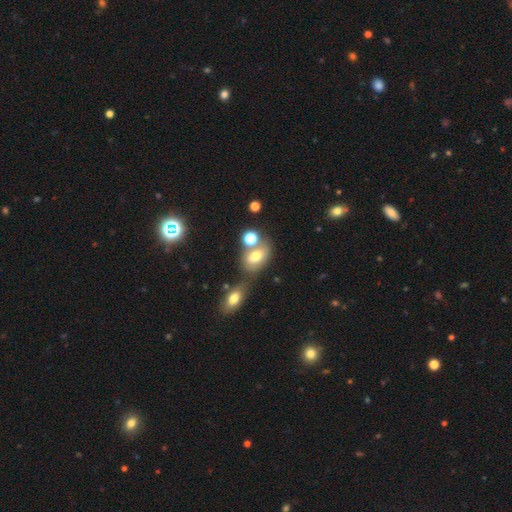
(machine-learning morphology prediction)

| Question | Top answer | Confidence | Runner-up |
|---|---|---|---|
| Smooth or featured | smooth | 67% | featured or disk (20%) |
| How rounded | in between | 77% | round (21%) |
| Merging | none | 50% | merger (28%) |